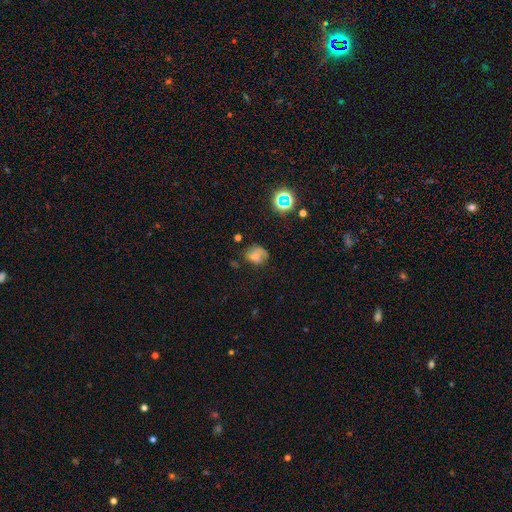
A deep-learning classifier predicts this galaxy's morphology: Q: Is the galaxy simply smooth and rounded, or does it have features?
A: smooth — 52%.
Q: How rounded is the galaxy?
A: in between — 56%.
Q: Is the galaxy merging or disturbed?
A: none — 43%.